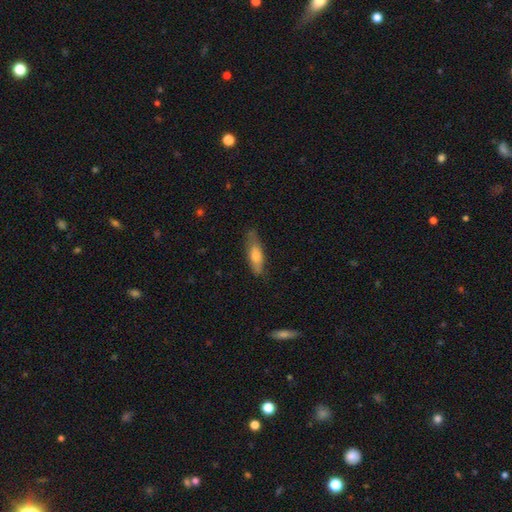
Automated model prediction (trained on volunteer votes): This appears to be a smooth galaxy with no disk features (60%) that is cigar-shaped (59%). Merging: none (73%).